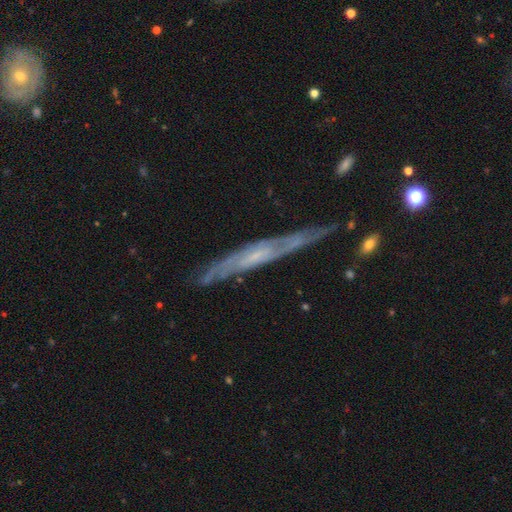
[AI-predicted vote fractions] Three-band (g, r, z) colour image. It shows a featured or disk galaxy (73%) viewed edge-on (77%) with no central bulge (68%). Merging: none (70%).